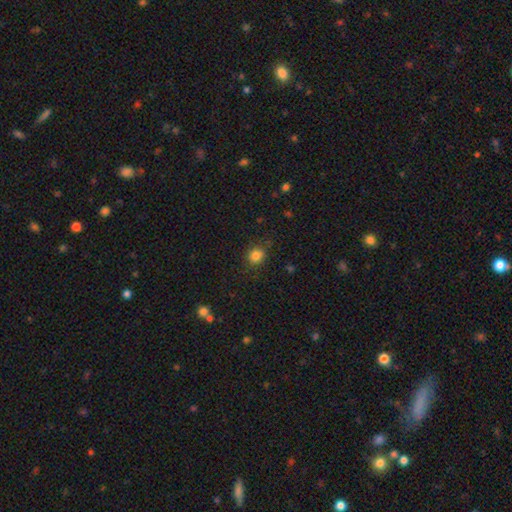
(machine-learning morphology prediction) Smooth or featured? Predicted: smooth (p=0.83). How rounded? Predicted: round (p=0.79). Merging? Predicted: none (p=0.85).